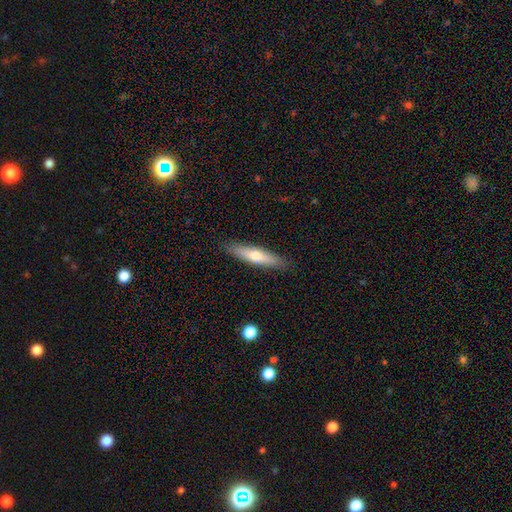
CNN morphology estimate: type=smooth (54%); roundness=cigar-shaped (82%); merging=none (89%).